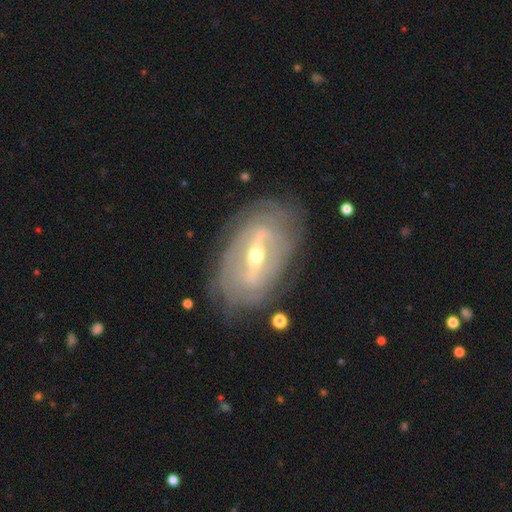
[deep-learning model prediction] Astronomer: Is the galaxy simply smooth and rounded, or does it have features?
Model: featured or disk — 82%.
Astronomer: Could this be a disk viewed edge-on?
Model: no — 88%.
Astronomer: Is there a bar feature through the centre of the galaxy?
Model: strong — 60%.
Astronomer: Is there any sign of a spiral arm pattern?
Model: yes — 70%.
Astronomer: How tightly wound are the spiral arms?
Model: tight — 65%.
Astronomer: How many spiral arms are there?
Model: can't tell — 49% (runner-up: 2, 31%).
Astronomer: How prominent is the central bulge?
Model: moderate — 60% (runner-up: small, 35%).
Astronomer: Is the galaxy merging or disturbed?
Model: none — 79%.